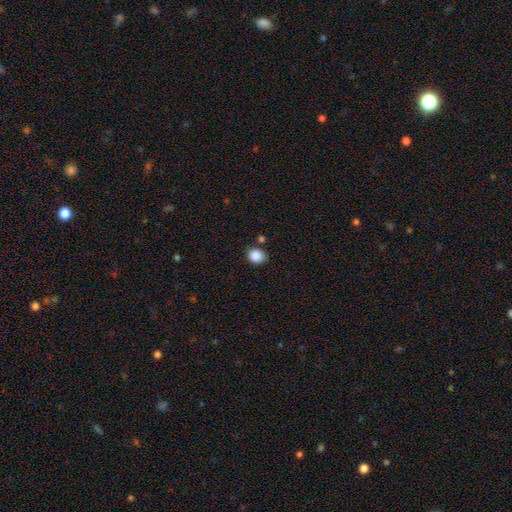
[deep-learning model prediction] Smooth or featured: smooth — 87% (star or artifact — 9%)
How rounded: round — 61% (in between — 39%)
Merging: none — 78% (minor disturbance — 13%)